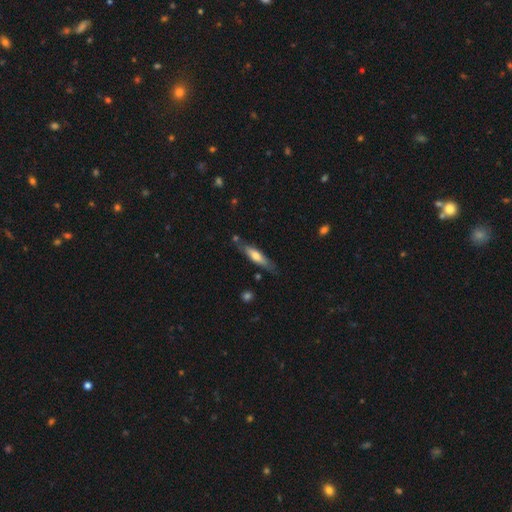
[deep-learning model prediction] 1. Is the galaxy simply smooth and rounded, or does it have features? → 54% smooth, 40% featured or disk, 6% star or artifact.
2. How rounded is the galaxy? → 77% cigar-shaped, 21% in between, 2% round.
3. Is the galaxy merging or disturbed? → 76% none, 16% minor disturbance, 4% merger, 3% major disturbance.